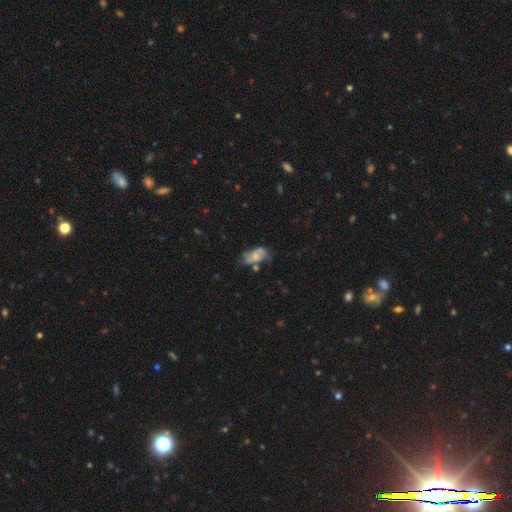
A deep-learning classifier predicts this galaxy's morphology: smooth_or_featured: smooth (p=0.45) [alt: featured or disk p=0.44]
merging: none (p=0.34) [alt: minor disturbance p=0.27]